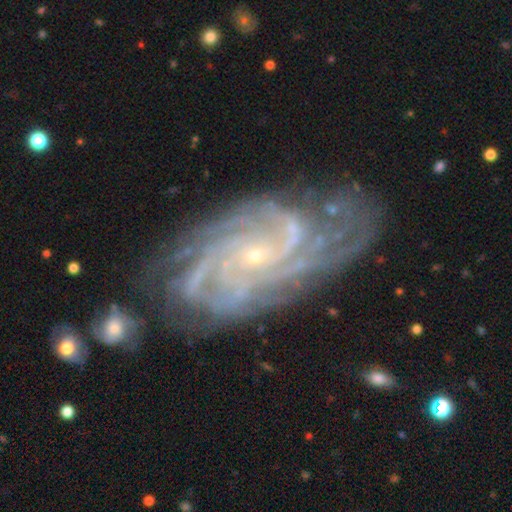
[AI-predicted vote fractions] A featured or disk galaxy (91%) with no bar (66%), 4 (28%) tight (66%) spiral arms (98%) and a small central bulge (86%). Merging: none (68%).